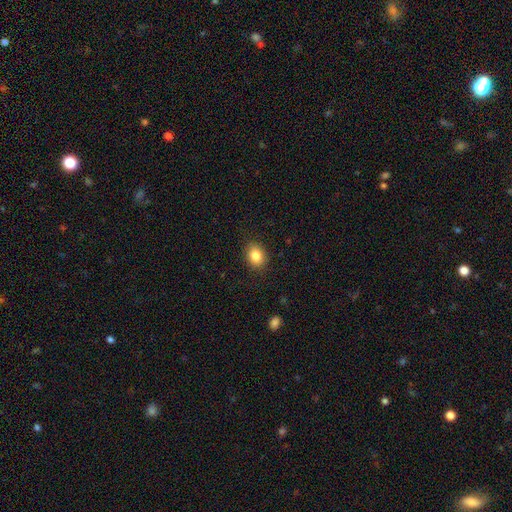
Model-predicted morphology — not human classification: Overall: smooth (84%). How rounded: in between (60%; round 39%). Merging: none (87%).